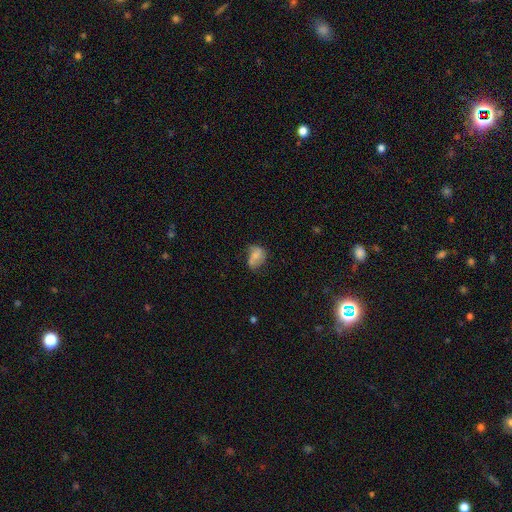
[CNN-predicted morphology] This is possibly a smooth galaxy (56%). How rounded: likely in between (75%). Merging: marginally none (41%).